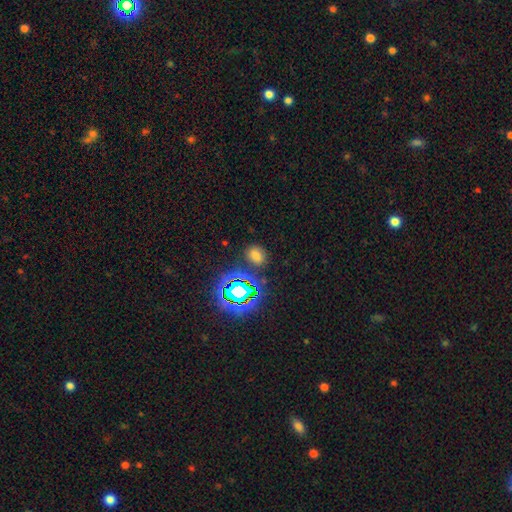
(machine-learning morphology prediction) smooth 64%, star or artifact 28%, featured or disk 8%. Down the decision tree: how rounded — in between (54%); merging — none (82%).